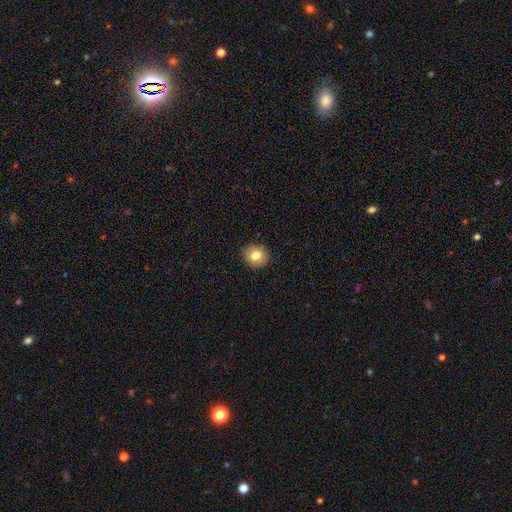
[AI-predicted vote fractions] Morphology: type=smooth (80%); roundness=round (79%); merging=none (87%).